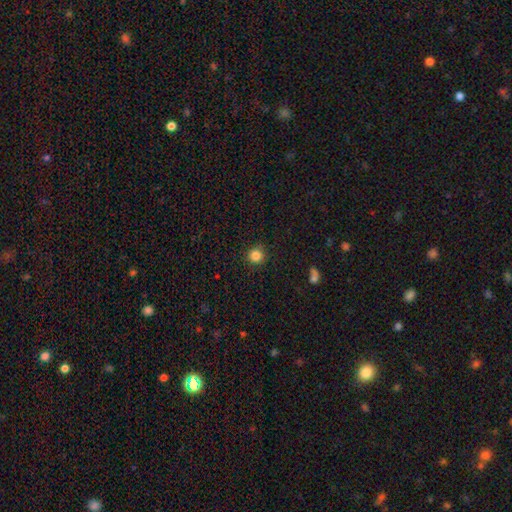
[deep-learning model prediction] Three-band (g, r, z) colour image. It shows a smooth galaxy with no disk features (84%) that is round (94%). Merging: none (90%).